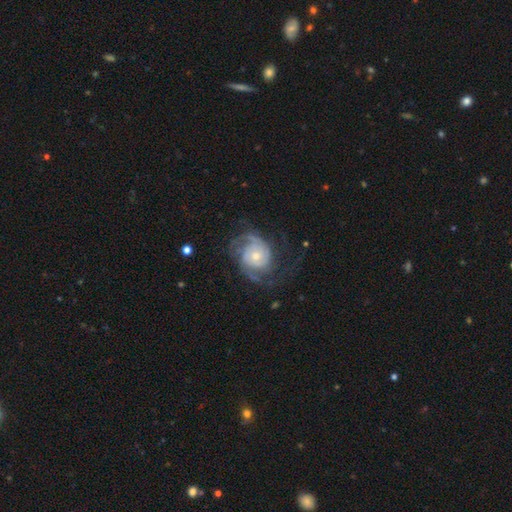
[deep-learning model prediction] featured or disk 85%, smooth 10%, star or artifact 5%. Down the decision tree: edge-on disk — no (98%); bar — no (76%); spiral arms — yes (95%); spiral arm count — 2 (39%); spiral winding — tight (49%); bulge size — moderate (47%, tied with small); merging — none (61%).